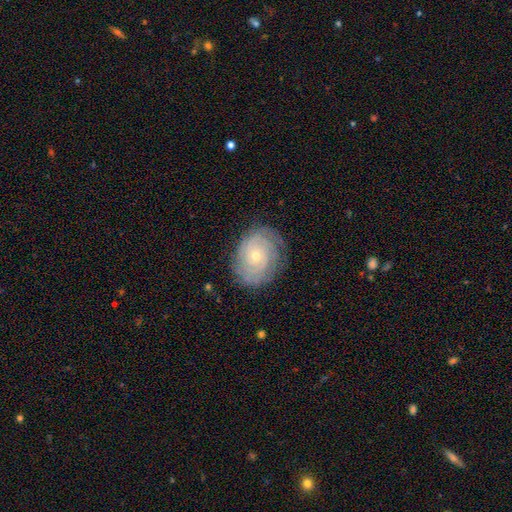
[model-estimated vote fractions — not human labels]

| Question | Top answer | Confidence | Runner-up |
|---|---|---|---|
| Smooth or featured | featured or disk | 80% | smooth (14%) |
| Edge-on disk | no | 97% | yes (3%) |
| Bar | no | 80% | weak (17%) |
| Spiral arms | yes | 94% | no (6%) |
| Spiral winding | tight | 79% | medium (17%) |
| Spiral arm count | can't tell | 39% | 2 (19%) |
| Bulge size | small | 73% | moderate (24%) |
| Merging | none | 80% | minor disturbance (15%) |